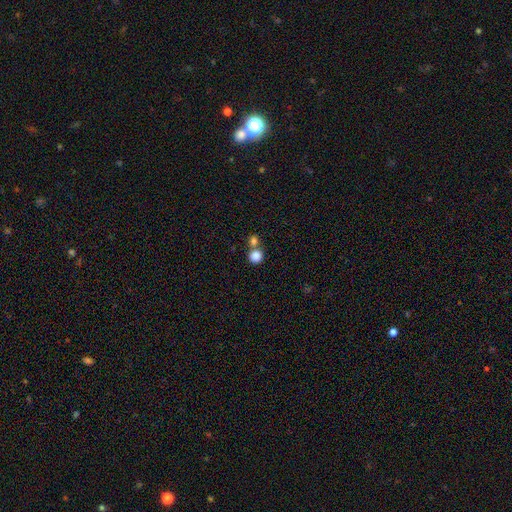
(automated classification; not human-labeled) smooth 85%, star or artifact 10%, featured or disk 5%. Down the decision tree: how rounded — round (92%); merging — none (57%).